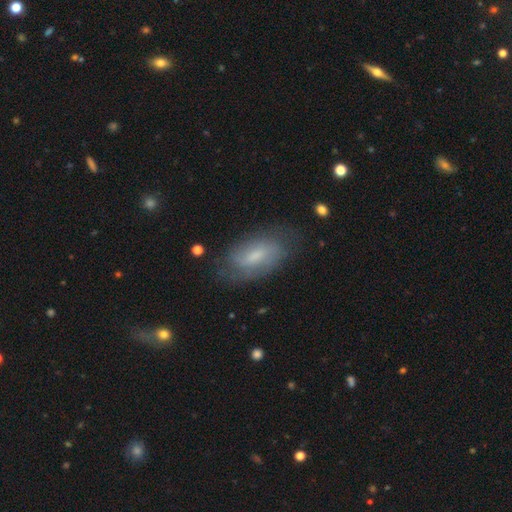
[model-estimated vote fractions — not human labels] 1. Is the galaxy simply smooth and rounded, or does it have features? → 48% featured or disk, 44% smooth, 8% star or artifact.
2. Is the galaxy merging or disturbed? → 73% none, 19% minor disturbance, 7% major disturbance, 1% merger.